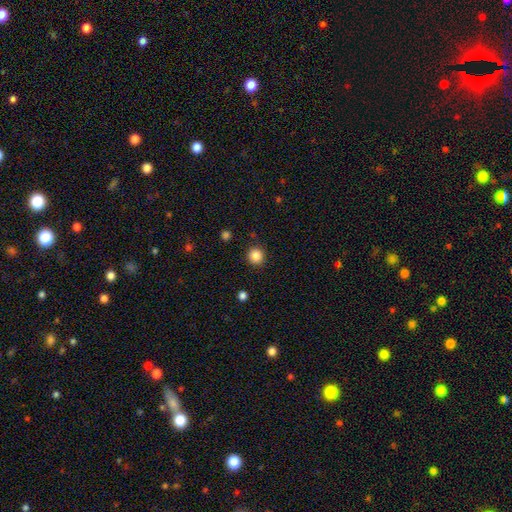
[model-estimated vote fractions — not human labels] The model was most divided on "smooth or featured": smooth: 85%, star or artifact: 11%, featured or disk: 4%. More confident: how rounded — round (93%); merging — none (91%).